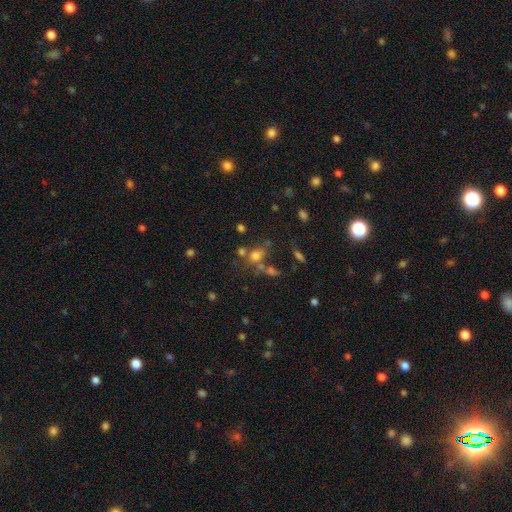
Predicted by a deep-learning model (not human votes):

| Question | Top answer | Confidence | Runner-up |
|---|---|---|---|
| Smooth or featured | smooth | 67% | star or artifact (19%) |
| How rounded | round | 55% | in between (42%) |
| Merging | none | 50% | merger (28%) |